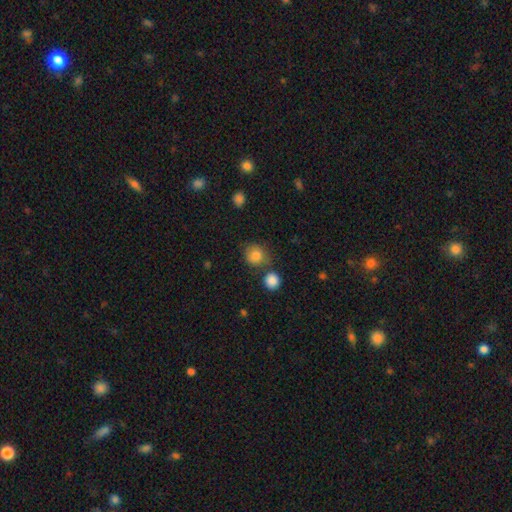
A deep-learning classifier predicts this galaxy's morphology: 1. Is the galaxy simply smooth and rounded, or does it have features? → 83% smooth, 10% star or artifact, 7% featured or disk.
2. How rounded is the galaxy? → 85% round, 14% in between, 1% cigar-shaped.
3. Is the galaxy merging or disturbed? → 66% none, 15% merger, 14% minor disturbance, 5% major disturbance.